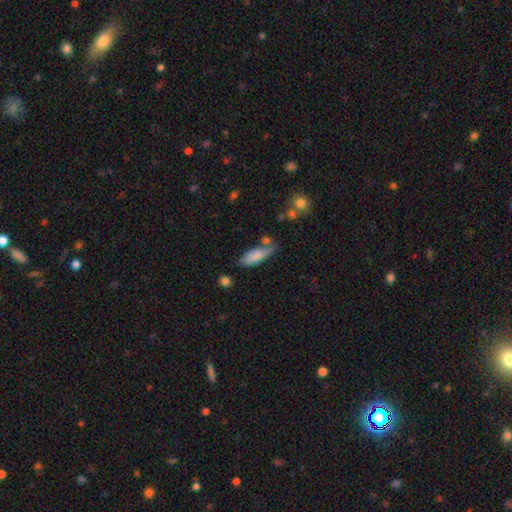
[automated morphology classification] Smooth or featured: smooth — 80% (featured or disk — 13%)
How rounded: in between — 64% (cigar-shaped — 34%)
Merging: none — 53% (minor disturbance — 26%)